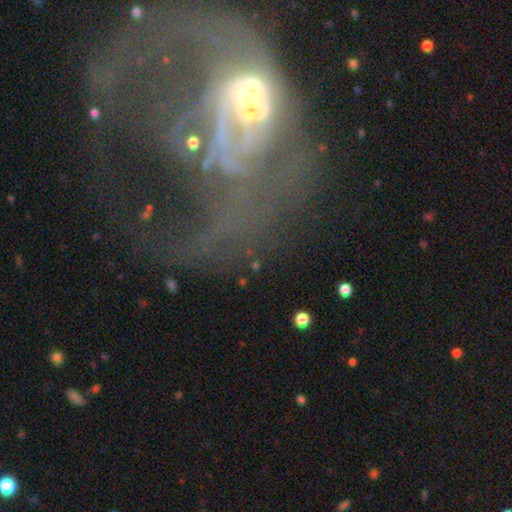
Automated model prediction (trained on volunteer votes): The model was most divided on "spiral arms": no: 53%, yes: 47%. Remaining: edge-on disk — no (94%); smooth or featured — featured or disk (68%); bar — no (67%); merging — major disturbance (47%); bulge size — moderate (45%).